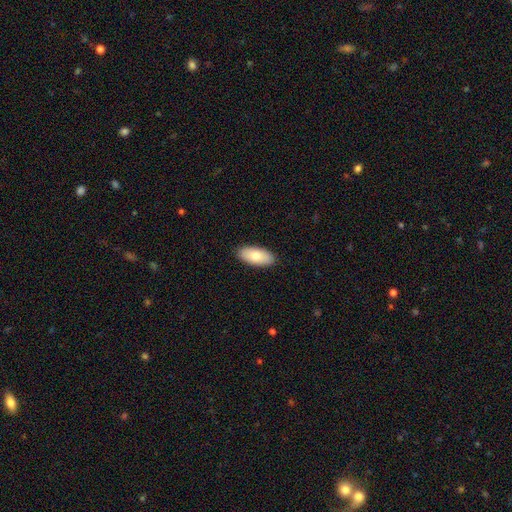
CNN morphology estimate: Smooth or featured: smooth — 78% (featured or disk — 16%)
How rounded: in between — 91% (cigar-shaped — 7%)
Merging: none — 89% (minor disturbance — 8%)